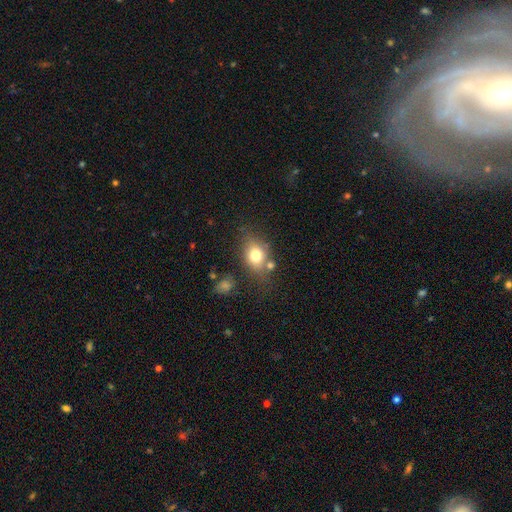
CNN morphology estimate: type=smooth (74%); roundness=in between (62%); merging=none (62%).